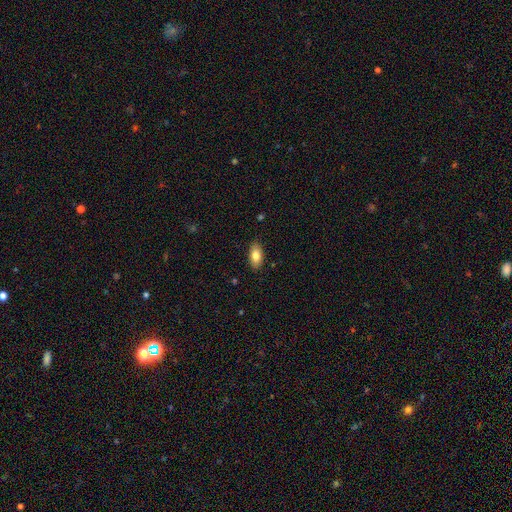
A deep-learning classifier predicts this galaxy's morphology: smooth_or_featured: smooth (p=0.80) [alt: featured or disk p=0.13]
how_rounded: in between (p=0.91) [alt: cigar-shaped p=0.05]
merging: none (p=0.88) [alt: minor disturbance p=0.09]